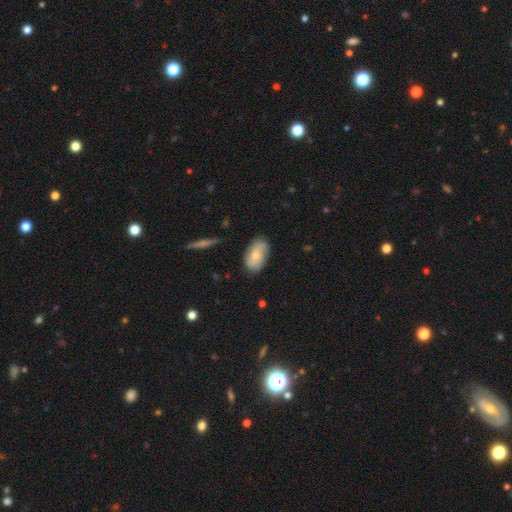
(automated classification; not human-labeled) smooth 66%, featured or disk 28%, star or artifact 6%. Down the decision tree: how rounded — in between (92%); merging — none (75%).